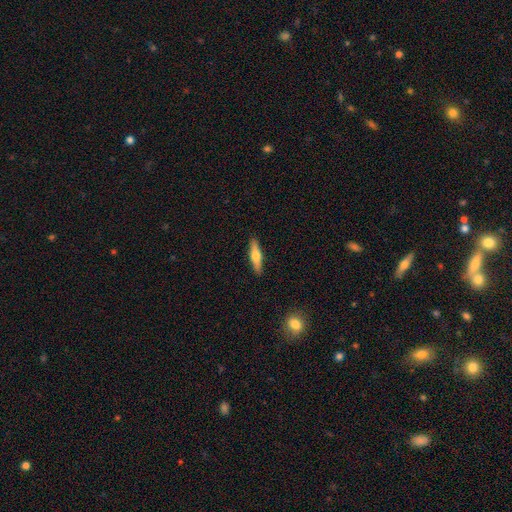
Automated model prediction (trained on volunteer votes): smooth-or-featured: smooth: 50% | featured or disk: 44% | star or artifact: 6%
  how-rounded: cigar-shaped: 77% | in between: 21% | round: 2%
  merging: none: 90% | minor disturbance: 7% | major disturbance: 2% | merger: 1%